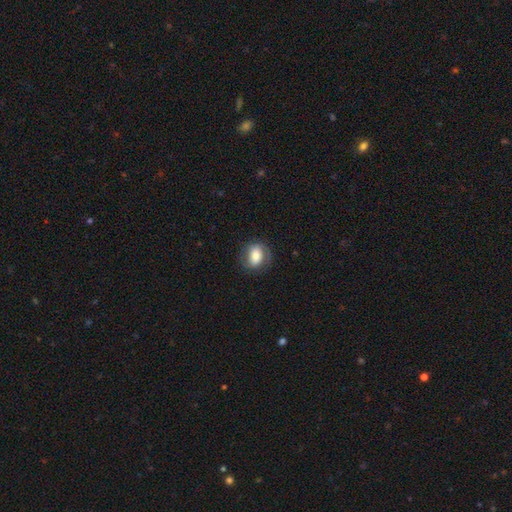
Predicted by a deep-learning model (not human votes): Morphology: type=smooth (61%); roundness=in between (56%); merging=none (74%).